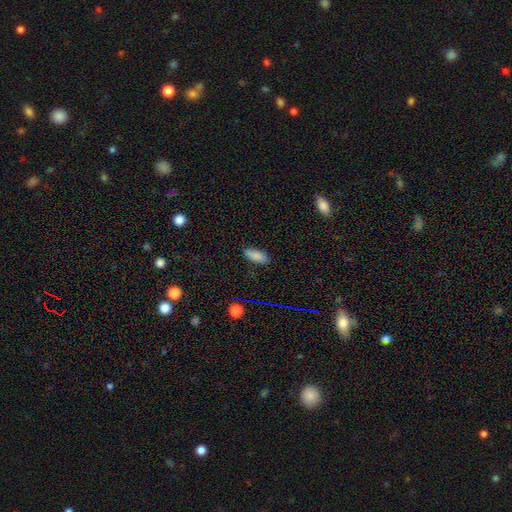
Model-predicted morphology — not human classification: Overall: smooth (85%). How rounded: in between (87%). Merging: none (86%).